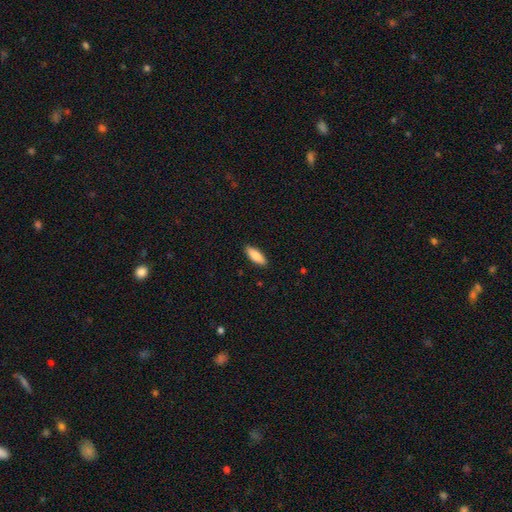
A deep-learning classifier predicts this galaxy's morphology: smooth 85%, featured or disk 10%, star or artifact 6%. Down the decision tree: how rounded — in between (62%); merging — none (89%).